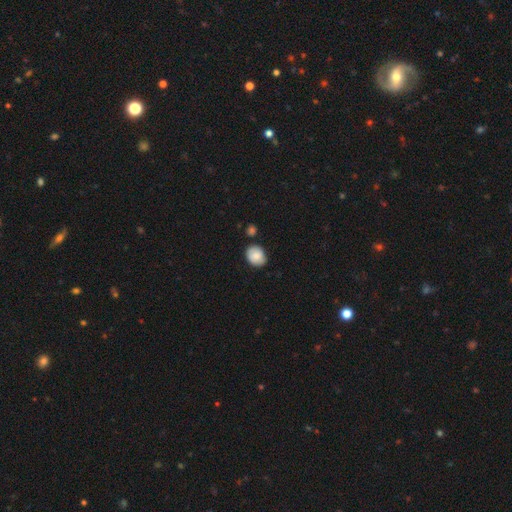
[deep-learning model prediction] This is clearly a smooth galaxy (81%). How rounded: possibly round (53%). Merging: likely none (76%).